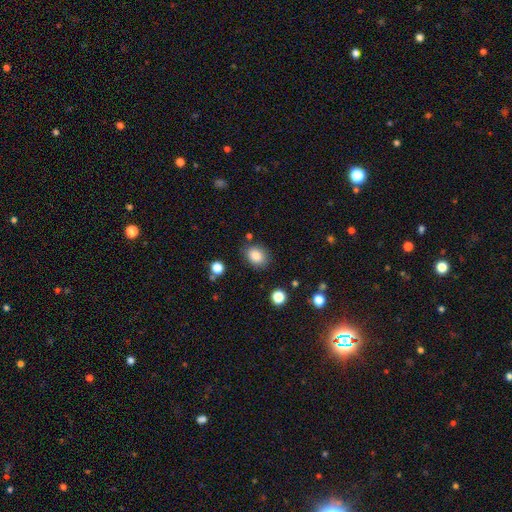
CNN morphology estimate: smooth-or-featured: smooth: 85% | star or artifact: 9% | featured or disk: 5%
  how-rounded: in between: 60% | round: 38% | cigar-shaped: 1%
  merging: none: 79% | minor disturbance: 14% | major disturbance: 4% | merger: 3%